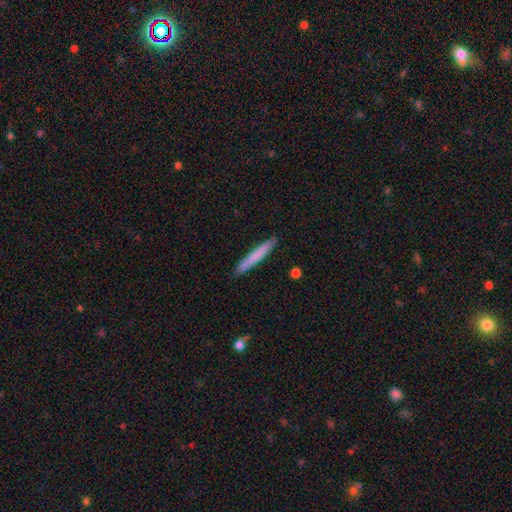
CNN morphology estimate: Smooth or featured: smooth — 72% (featured or disk — 22%)
How rounded: cigar-shaped — 96% (in between — 2%)
Merging: none — 90% (minor disturbance — 7%)